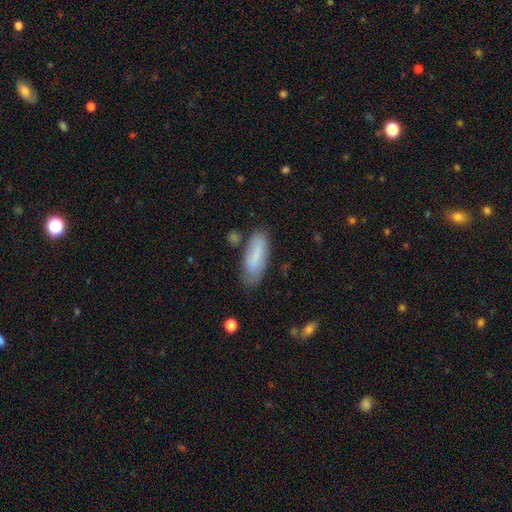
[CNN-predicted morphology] smooth_or_featured: smooth (p=0.77) [alt: featured or disk p=0.16]
how_rounded: in between (p=0.68) [alt: cigar-shaped p=0.30]
merging: none (p=0.69) [alt: minor disturbance p=0.21]